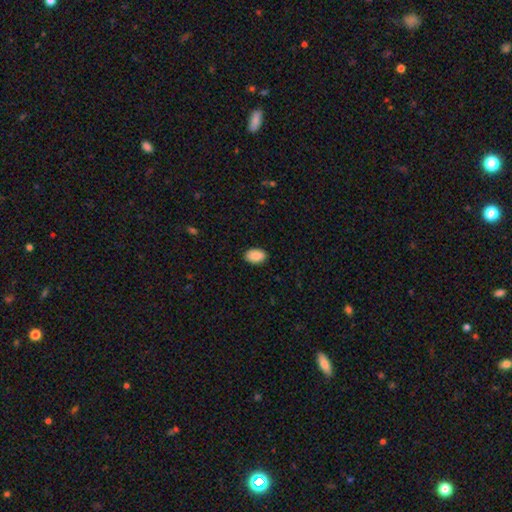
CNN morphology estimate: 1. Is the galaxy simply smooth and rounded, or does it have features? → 90% smooth, 7% star or artifact, 3% featured or disk.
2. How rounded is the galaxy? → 89% in between, 10% round, 1% cigar-shaped.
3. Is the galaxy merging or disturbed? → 89% none, 8% minor disturbance, 2% major disturbance, 1% merger.